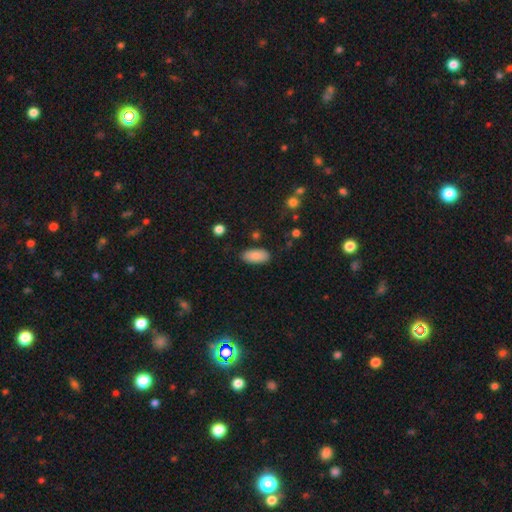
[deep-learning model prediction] Smooth or featured: smooth — 86% (star or artifact — 7%)
How rounded: in between — 92% (cigar-shaped — 6%)
Merging: none — 84% (minor disturbance — 12%)